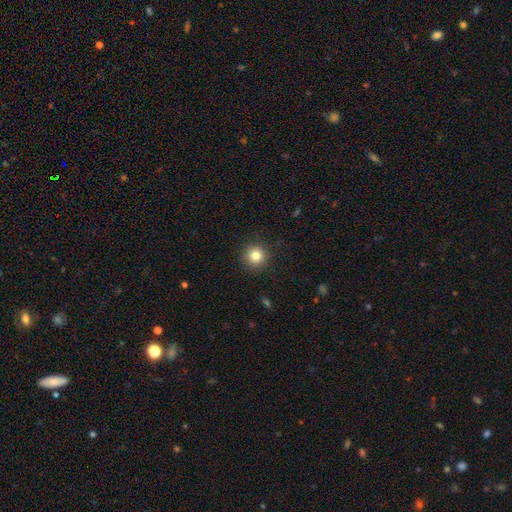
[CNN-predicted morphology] A smooth galaxy with no disk features (82%) that is round (95%). Merging: none (91%).